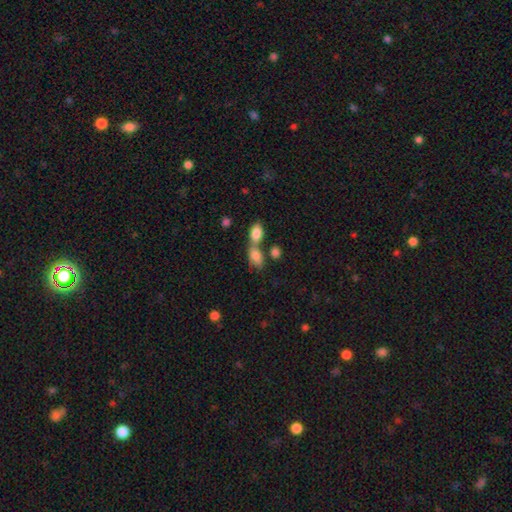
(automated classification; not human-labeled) Smooth or featured? smooth (81%)
How rounded? in between (87%)
Merging? merger (54%)